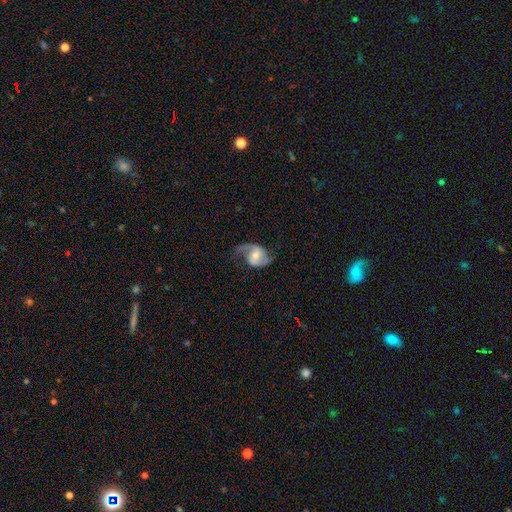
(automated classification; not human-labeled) Overall: featured or disk (85%). Edge-on disk: no (98%). Bar: no (47%; weak 39%). Spiral arms: yes (96%). Spiral arm count: 2 (88%). Spiral winding: loose (47%; medium 42%). Bulge size: moderate (54%; small 39%). Merging: none (69%).